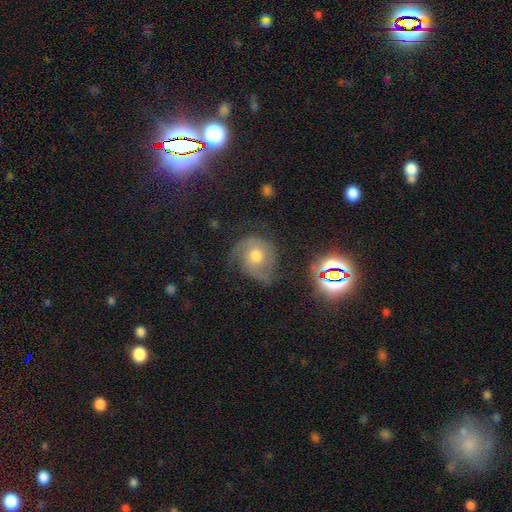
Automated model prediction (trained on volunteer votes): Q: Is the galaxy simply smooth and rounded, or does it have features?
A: featured or disk — 65%.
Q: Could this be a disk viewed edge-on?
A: no — 97%.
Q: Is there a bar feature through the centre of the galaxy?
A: no — 78%.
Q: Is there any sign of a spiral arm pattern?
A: yes — 89%.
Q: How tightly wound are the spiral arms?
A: medium — 42%.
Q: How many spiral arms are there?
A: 2 — 55%.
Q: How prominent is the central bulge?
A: moderate — 74%.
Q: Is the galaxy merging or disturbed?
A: none — 53%.